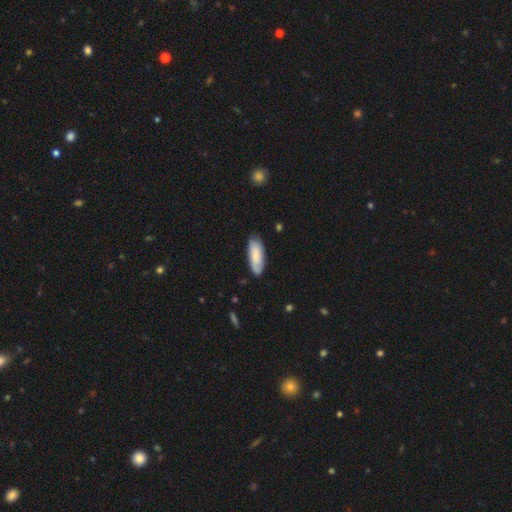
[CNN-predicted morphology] smooth 68%, featured or disk 25%, star or artifact 6%. Down the decision tree: how rounded — in between (72%); merging — none (78%).